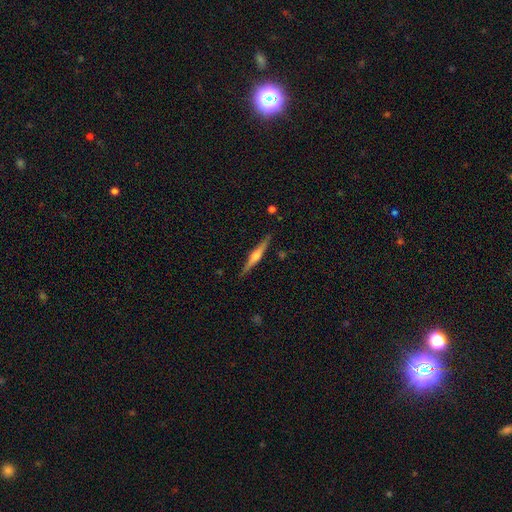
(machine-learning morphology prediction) A featured or disk galaxy (73%) viewed edge-on (98%) with a rounded central bulge (88%). Merging: none (89%).